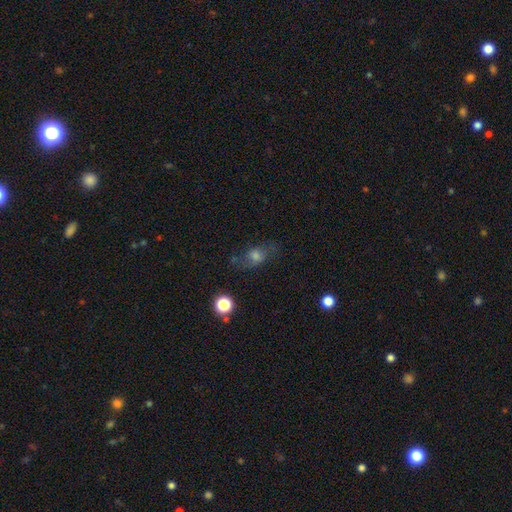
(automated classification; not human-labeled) smooth-or-featured: smooth: 52% | featured or disk: 30% | star or artifact: 18%
  how-rounded: in between: 63% | round: 29% | cigar-shaped: 8%
  merging: none: 67% | minor disturbance: 19% | major disturbance: 11% | merger: 3%